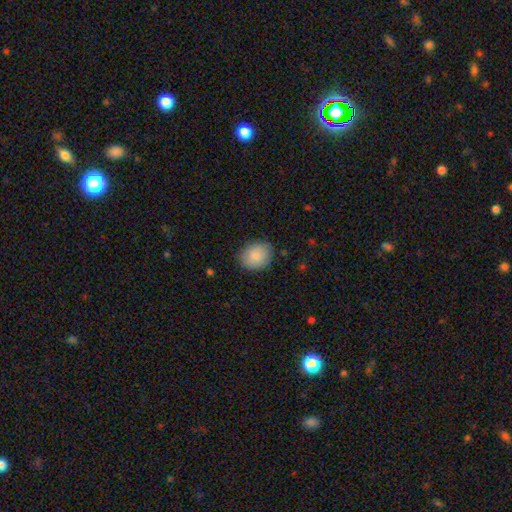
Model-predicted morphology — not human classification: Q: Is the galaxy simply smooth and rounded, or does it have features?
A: smooth — 88%.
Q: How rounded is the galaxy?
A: round — 54%.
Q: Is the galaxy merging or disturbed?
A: none — 85%.